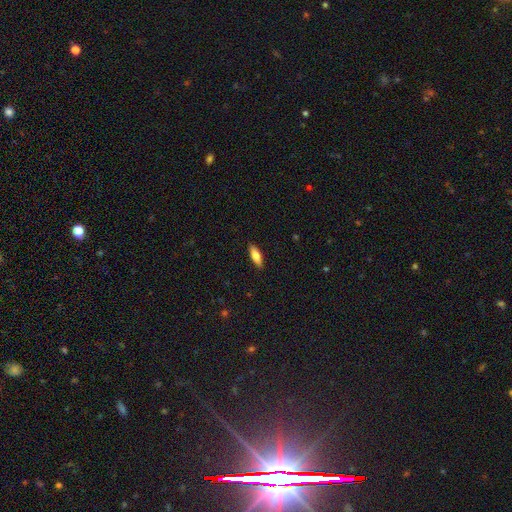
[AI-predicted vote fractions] smooth_or_featured: smooth (p=0.76) [alt: featured or disk p=0.18]
how_rounded: in between (p=0.59) [alt: cigar-shaped p=0.39]
merging: none (p=0.89) [alt: minor disturbance p=0.08]